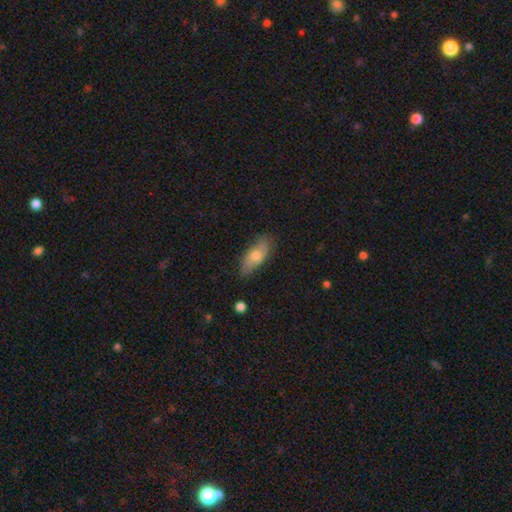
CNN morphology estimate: smooth-or-featured: smooth: 62% | featured or disk: 31% | star or artifact: 7%
  how-rounded: in between: 79% | cigar-shaped: 18% | round: 3%
  merging: none: 74% | minor disturbance: 20% | major disturbance: 4% | merger: 1%